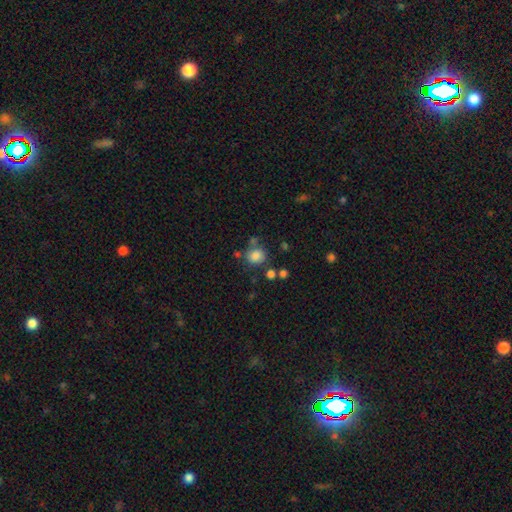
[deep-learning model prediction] smooth 81%, star or artifact 11%, featured or disk 8%. Down the decision tree: how rounded — round (73%); merging — none (65%).